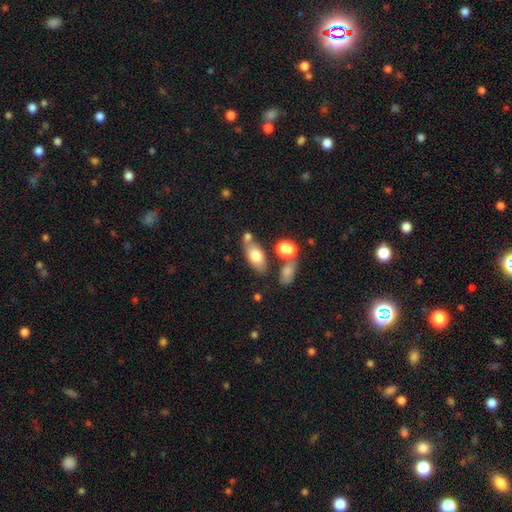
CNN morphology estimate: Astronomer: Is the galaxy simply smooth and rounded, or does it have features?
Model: smooth — 72%.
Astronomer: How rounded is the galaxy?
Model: in between — 84%.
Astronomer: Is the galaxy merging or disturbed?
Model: none — 61%.